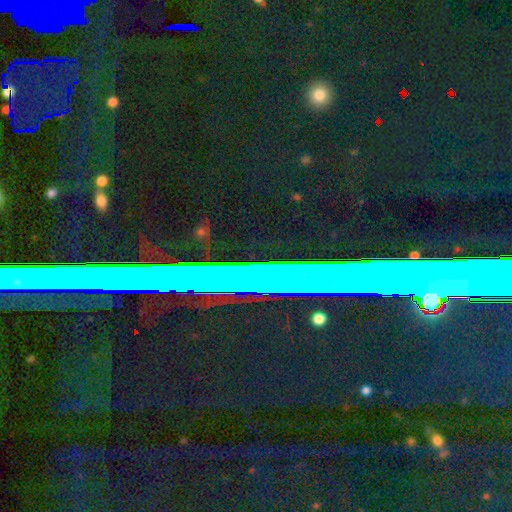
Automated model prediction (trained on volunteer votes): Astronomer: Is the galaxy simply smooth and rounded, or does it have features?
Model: star or artifact — 78%.